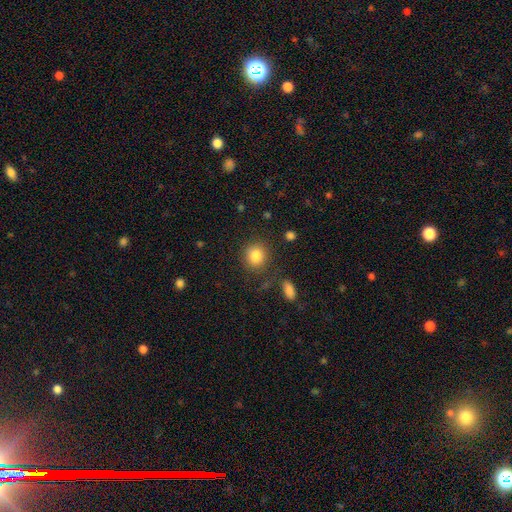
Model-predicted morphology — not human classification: Smooth or featured?
  - smooth: 85% *
  - star or artifact: 9%
  - featured or disk: 6%
How rounded?
  - round: 81% *
  - in between: 18%
  - cigar-shaped: 1%
Merging?
  - none: 83% *
  - minor disturbance: 10%
  - major disturbance: 4%
  - merger: 3%